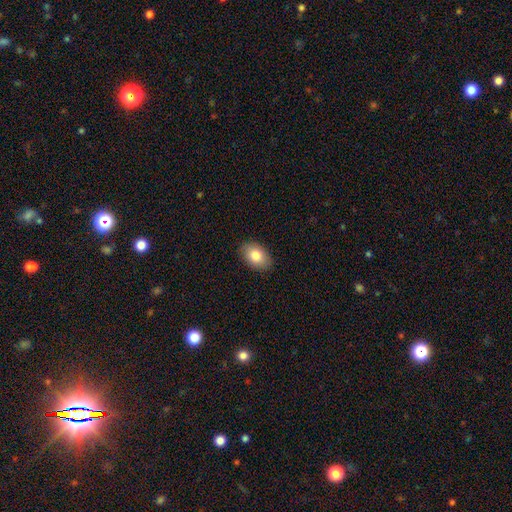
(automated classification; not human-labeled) Smooth or featured?
  - smooth: 82% *
  - featured or disk: 11%
  - star or artifact: 7%
How rounded?
  - in between: 86% *
  - round: 13%
  - cigar-shaped: 1%
Merging?
  - none: 87% *
  - minor disturbance: 10%
  - major disturbance: 2%
  - merger: 1%